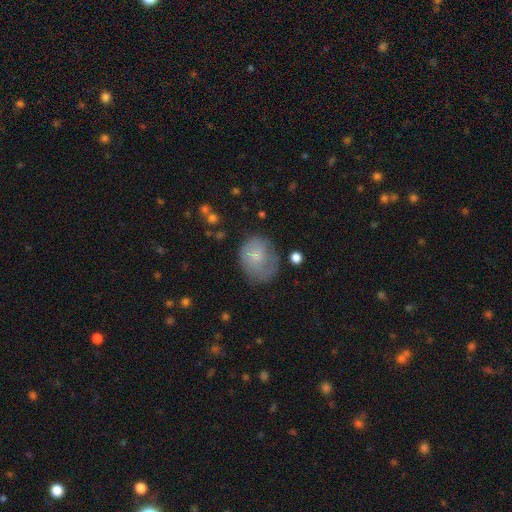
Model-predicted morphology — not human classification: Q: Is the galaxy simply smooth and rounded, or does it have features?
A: smooth — 65%.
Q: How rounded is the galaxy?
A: round — 53%.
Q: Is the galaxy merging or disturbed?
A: none — 43%.